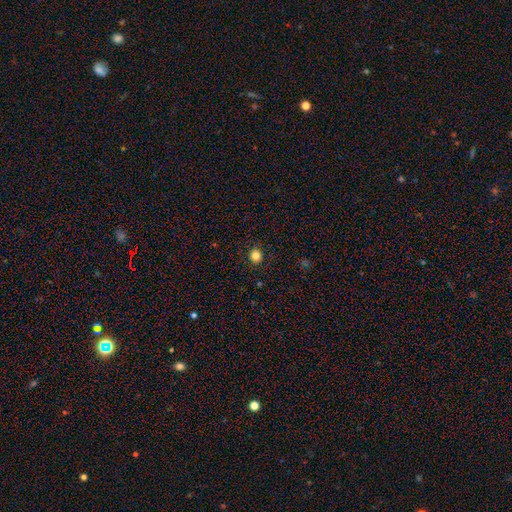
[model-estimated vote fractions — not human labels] smooth_or_featured: smooth (p=0.82) [alt: star or artifact p=0.13]
how_rounded: round (p=0.91) [alt: in between p=0.08]
merging: none (p=0.92) [alt: minor disturbance p=0.05]